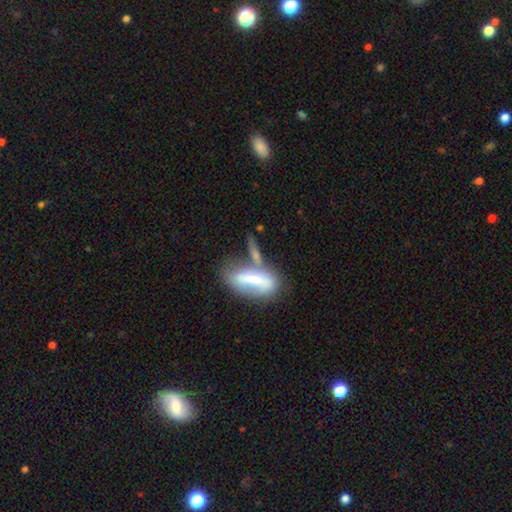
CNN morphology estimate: A smooth galaxy with no disk features (56%) that is in between round and cigar-shaped (57%). Merging: merger (33%).